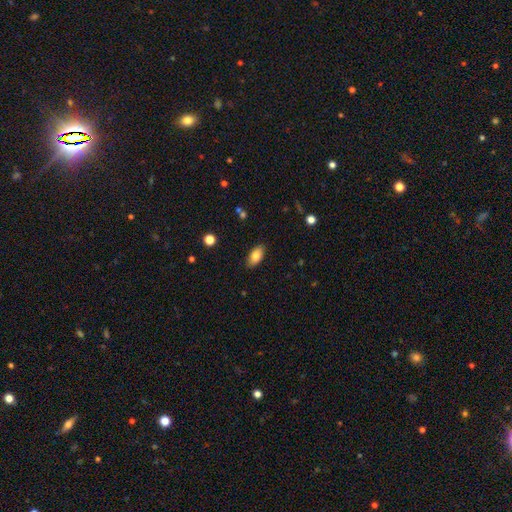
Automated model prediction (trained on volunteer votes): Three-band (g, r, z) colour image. It shows a smooth galaxy with no disk features (81%) that is in between round and cigar-shaped (93%). Merging: none (86%).